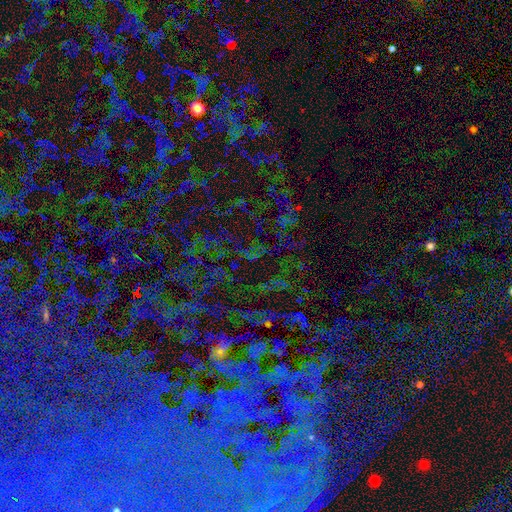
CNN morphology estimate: Q: Smooth or featured?
A: star or artifact (70%); runner-up: smooth (16%)